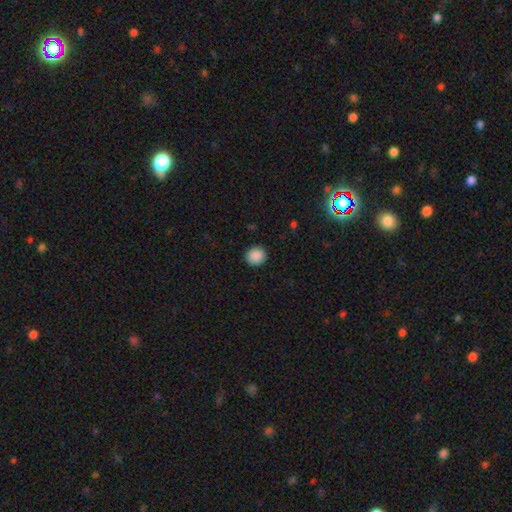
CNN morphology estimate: The model was most divided on "how rounded": round: 85%, in between: 14%, cigar-shaped: 1%. More confident: merging — none (91%); smooth or featured — smooth (89%).